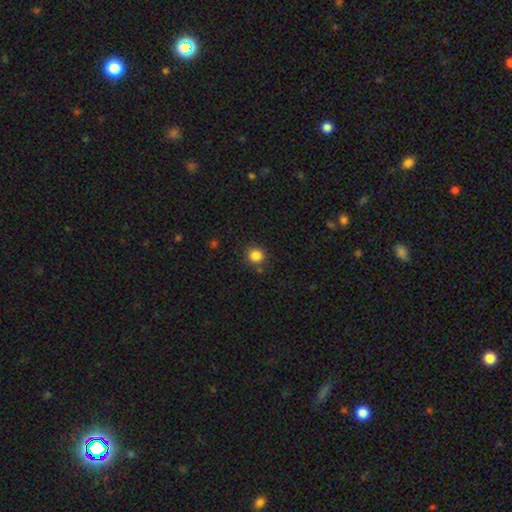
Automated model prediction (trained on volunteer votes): Smooth or featured?
  - smooth: 85% *
  - star or artifact: 11%
  - featured or disk: 4%
How rounded?
  - round: 91% *
  - in between: 9%
  - cigar-shaped: 1%
Merging?
  - none: 85% *
  - minor disturbance: 9%
  - merger: 3%
  - major disturbance: 3%